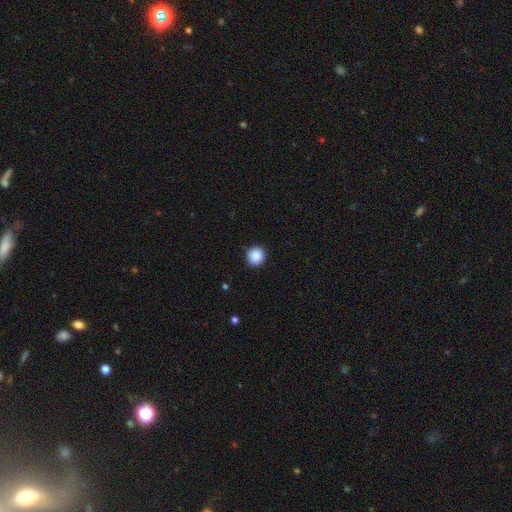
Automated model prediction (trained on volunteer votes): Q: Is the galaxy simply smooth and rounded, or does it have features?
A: smooth — 89%.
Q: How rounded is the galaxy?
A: round — 95%.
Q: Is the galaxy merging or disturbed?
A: none — 91%.